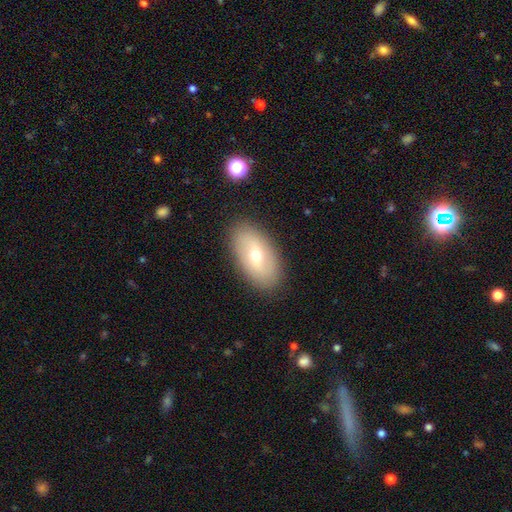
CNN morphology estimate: smooth-or-featured: smooth: 49% | featured or disk: 43% | star or artifact: 8%
  merging: none: 87% | minor disturbance: 9% | major disturbance: 3% | merger: 1%